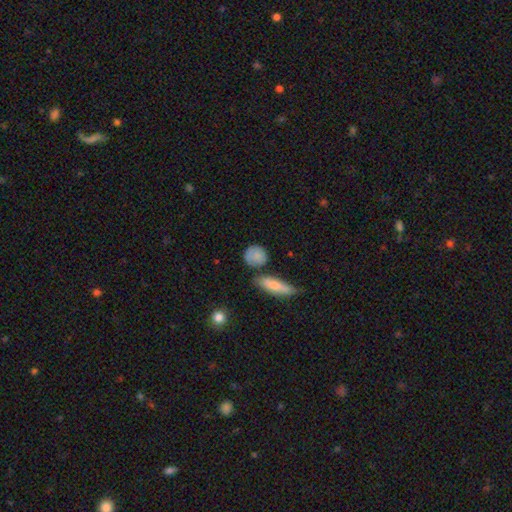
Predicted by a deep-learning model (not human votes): Overall: smooth (81%). How rounded: round (72%). Merging: none (64%).